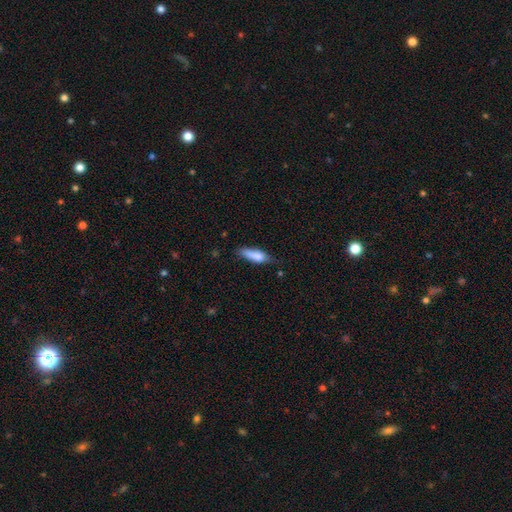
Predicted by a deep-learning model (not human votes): Overall: smooth (78%). How rounded: cigar-shaped (52%; in between 46%). Merging: none (56%; minor disturbance 32%).